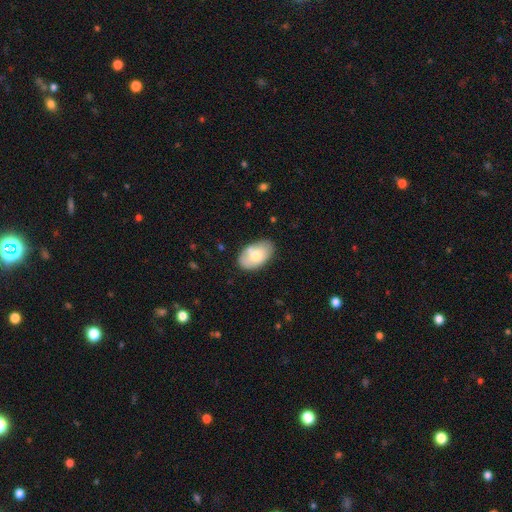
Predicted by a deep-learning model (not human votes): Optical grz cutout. It shows a smooth galaxy with no disk features (70%) that is in between round and cigar-shaped (92%). Merging: none (72%).